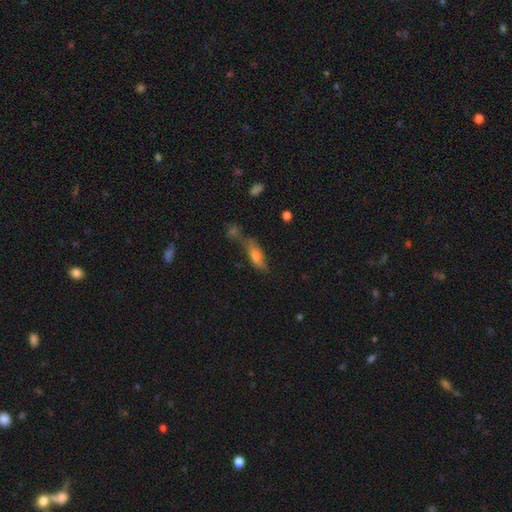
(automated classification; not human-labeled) smooth 61%, featured or disk 28%, star or artifact 11%. Down the decision tree: how rounded — in between (55%); merging — none (44%).